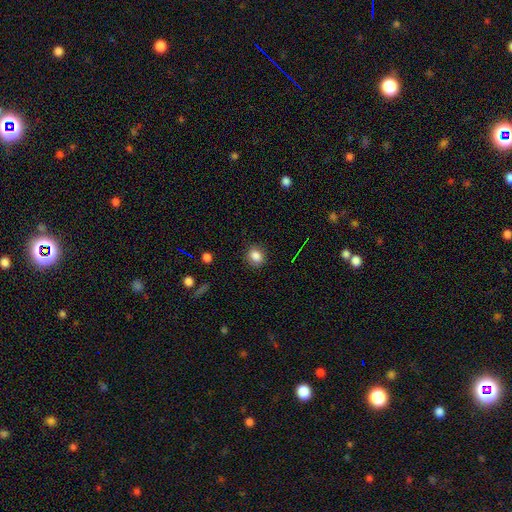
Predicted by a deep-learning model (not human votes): The model was most divided on "how rounded": round: 64%, in between: 35%, cigar-shaped: 1%. More confident: merging — none (86%); smooth or featured — smooth (85%).